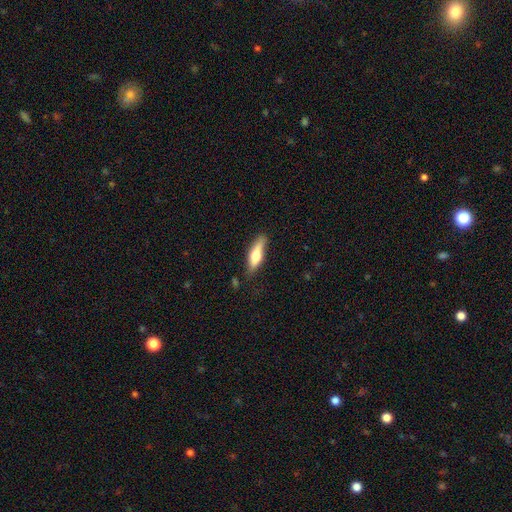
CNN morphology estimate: smooth 62%, featured or disk 32%, star or artifact 6%. Down the decision tree: how rounded — cigar-shaped (58%); merging — none (70%).